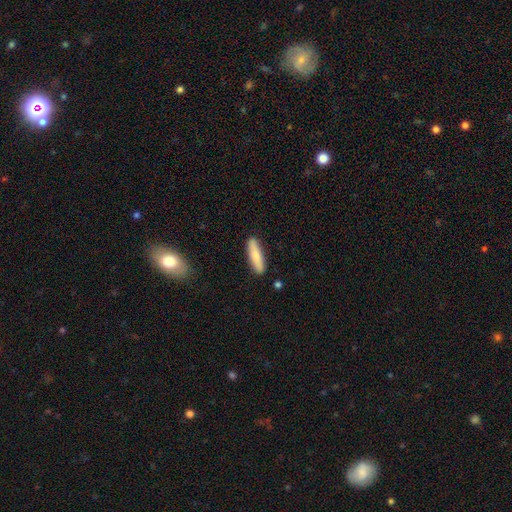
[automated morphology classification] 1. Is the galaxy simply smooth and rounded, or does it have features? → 75% smooth, 20% featured or disk, 6% star or artifact.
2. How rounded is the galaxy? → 71% cigar-shaped, 28% in between, 2% round.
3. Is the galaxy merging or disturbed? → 88% none, 9% minor disturbance, 2% major disturbance, 2% merger.